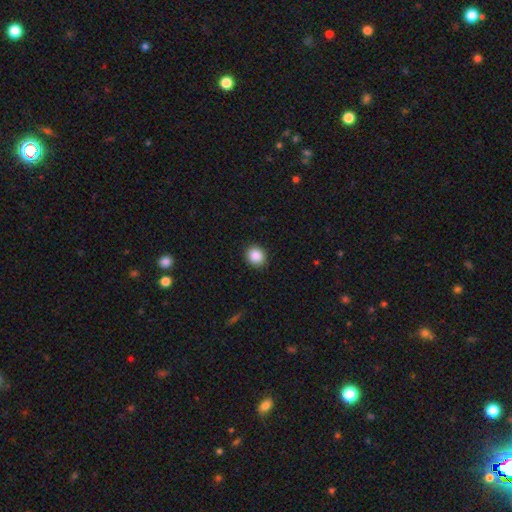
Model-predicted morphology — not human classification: A smooth galaxy with no disk features (88%) that is round (79%). Merging: none (90%).